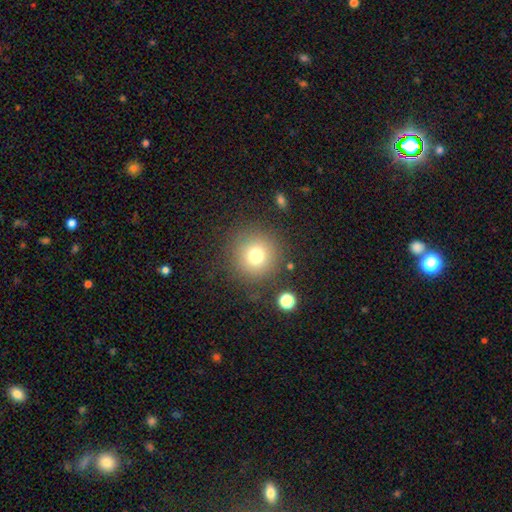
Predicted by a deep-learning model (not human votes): The model was most divided on "smooth or featured": smooth: 75%, star or artifact: 14%, featured or disk: 10%. More confident: how rounded — round (95%); merging — none (84%).